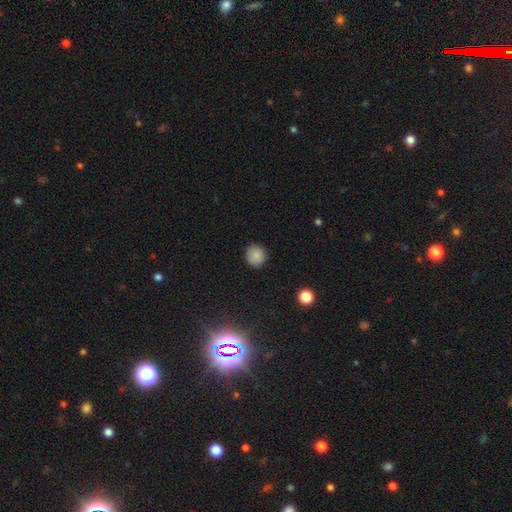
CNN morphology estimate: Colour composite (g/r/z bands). It shows a smooth galaxy with no disk features (86%) that is round (89%). Merging: none (90%).